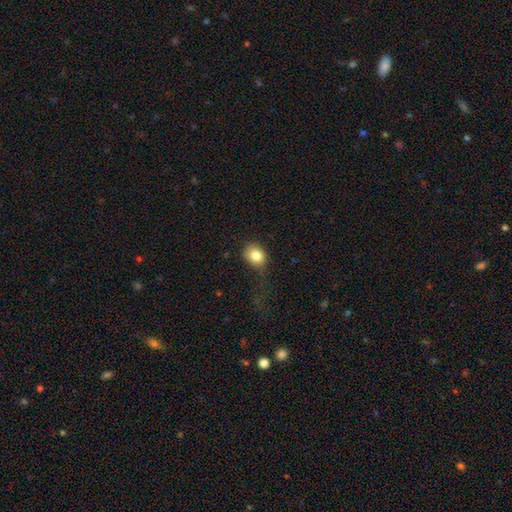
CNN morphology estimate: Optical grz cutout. It shows a smooth galaxy with no disk features (82%) that is round (53%). Merging: none (58%).